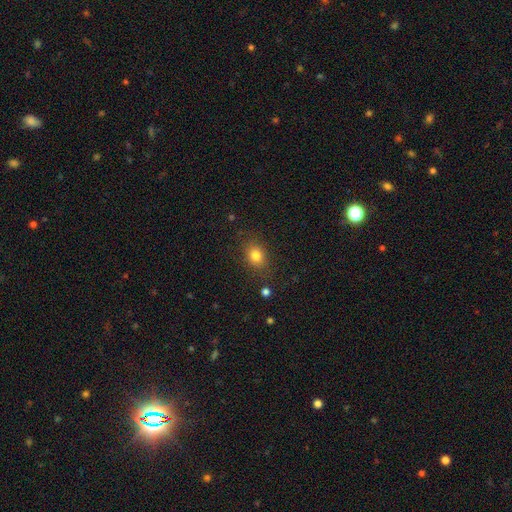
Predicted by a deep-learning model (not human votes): Morphology: type=smooth (81%); roundness=in between (52%); merging=none (82%).